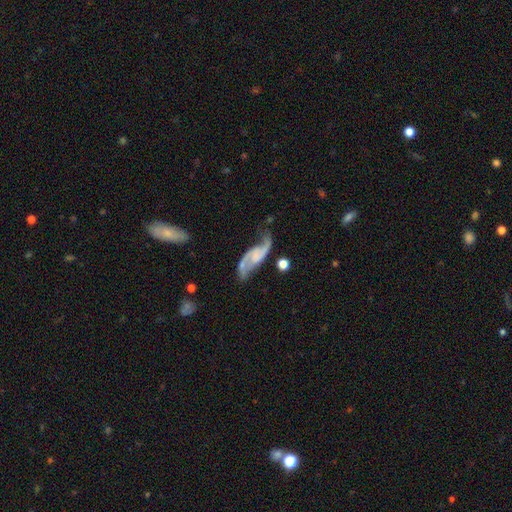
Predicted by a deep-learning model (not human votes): smooth_or_featured: featured or disk (p=0.87) [alt: smooth p=0.07]
disk_edge_on: no (p=0.95) [alt: yes p=0.05]
bar: no (p=0.51) [alt: weak p=0.36]
has_spiral_arms: yes (p=0.96) [alt: no p=0.04]
spiral_winding: loose (p=0.67) [alt: medium p=0.26]
spiral_arm_count: 2 (p=0.92) [alt: can't tell p=0.02]
bulge_size: none (p=0.54) [alt: small p=0.27]
merging: none (p=0.64) [alt: minor disturbance p=0.20]